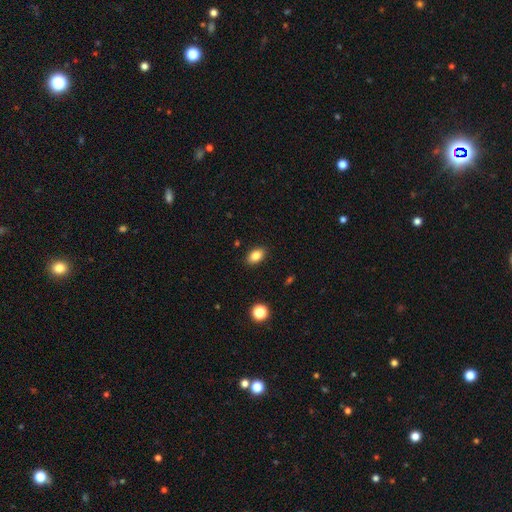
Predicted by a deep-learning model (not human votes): Overall: smooth (84%). How rounded: in between (88%). Merging: none (89%).